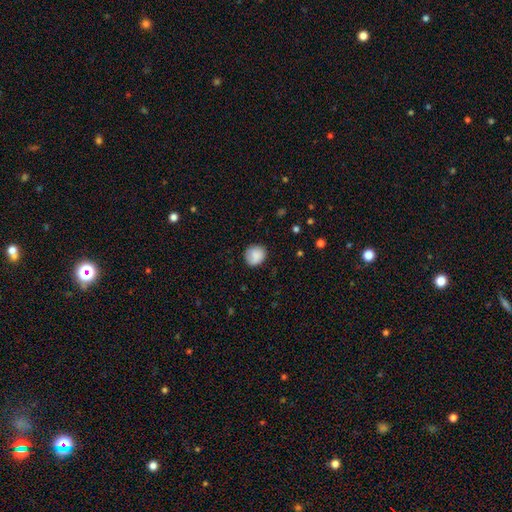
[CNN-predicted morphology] This is clearly a smooth galaxy (88%). How rounded: likely round (79%). Merging: clearly none (82%).